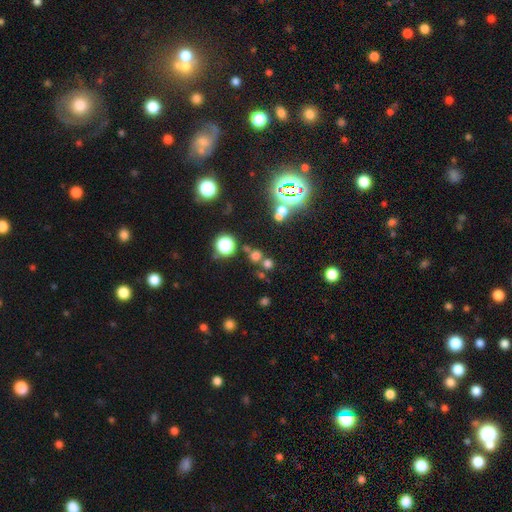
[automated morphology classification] A smooth galaxy with no disk features (53%) that is round (88%).

Vote fractions:
- Smooth or featured? smooth: 53% / star or artifact: 37% / featured or disk: 10%
- How rounded? round: 88% / in between: 11% / cigar-shaped: 1%
- Merging? none: 64% / merger: 23% / minor disturbance: 8% / major disturbance: 5%